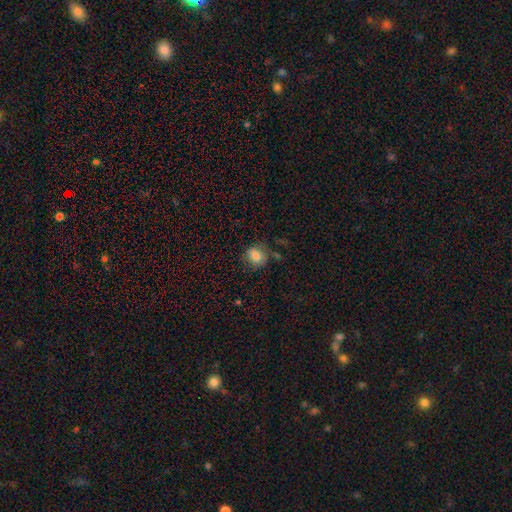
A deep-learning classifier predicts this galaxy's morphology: Smooth or featured? Predicted: smooth (p=0.80). How rounded? Predicted: round (p=0.69). Merging? Predicted: none (p=0.70).